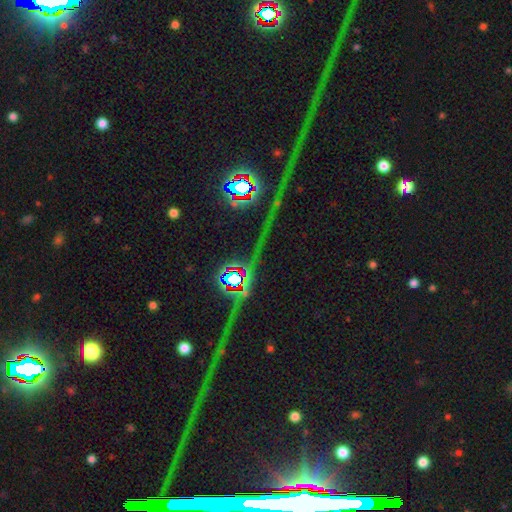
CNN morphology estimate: star or artifact 78%, featured or disk 14%, smooth 9%.